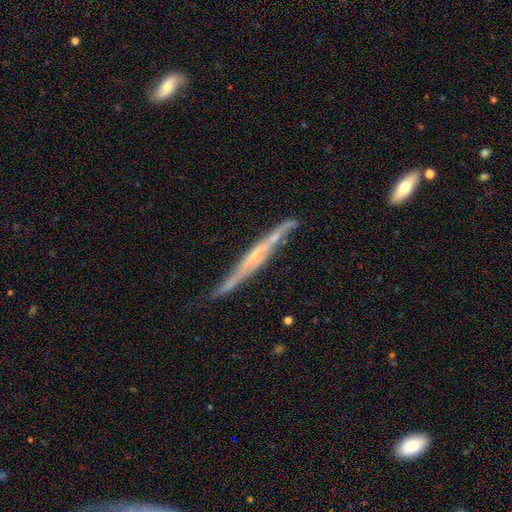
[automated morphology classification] A featured or disk galaxy (78%) viewed edge-on (88%) with no central bulge (47%). Merging: none (70%).